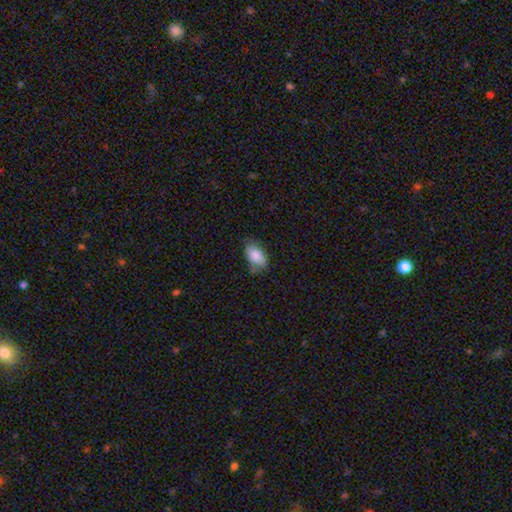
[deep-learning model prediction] Smooth or featured? Predicted: smooth (p=0.85). How rounded? Predicted: in between (p=0.92). Merging? Predicted: none (p=0.66).